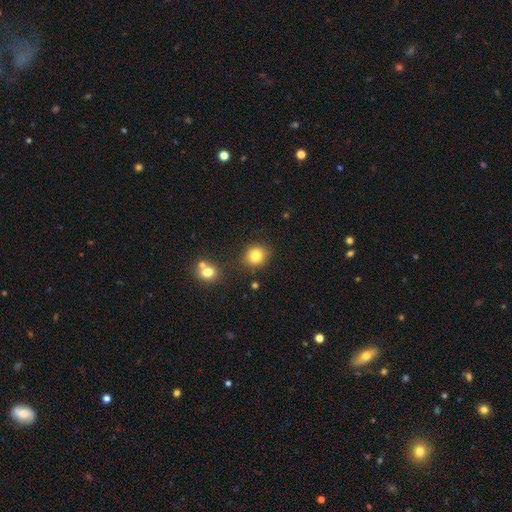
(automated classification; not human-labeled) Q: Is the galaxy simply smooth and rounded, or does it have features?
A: smooth — 81%.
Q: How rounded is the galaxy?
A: round — 85%.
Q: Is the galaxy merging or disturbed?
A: none — 81%.